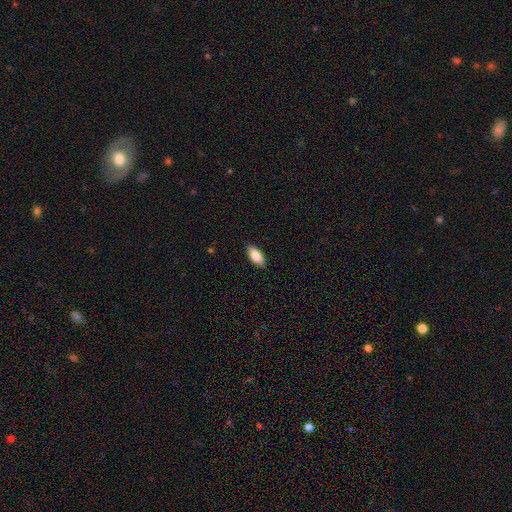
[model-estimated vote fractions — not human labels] The model was most divided on "smooth or featured": smooth: 84%, featured or disk: 10%, star or artifact: 6%. More confident: merging — none (88%); how rounded — in between (86%).